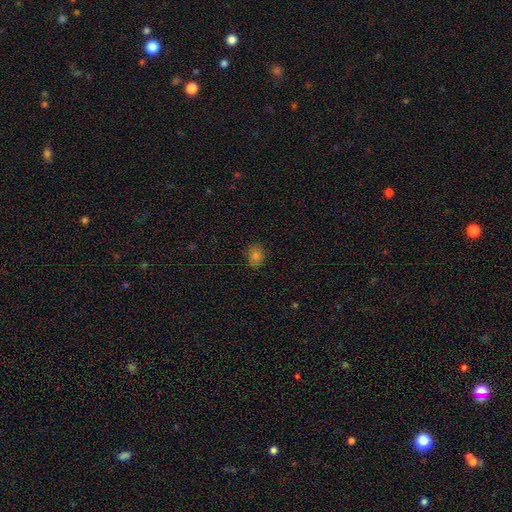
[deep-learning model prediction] smooth 79%, star or artifact 13%, featured or disk 7%. Down the decision tree: how rounded — round (51%); merging — none (86%).